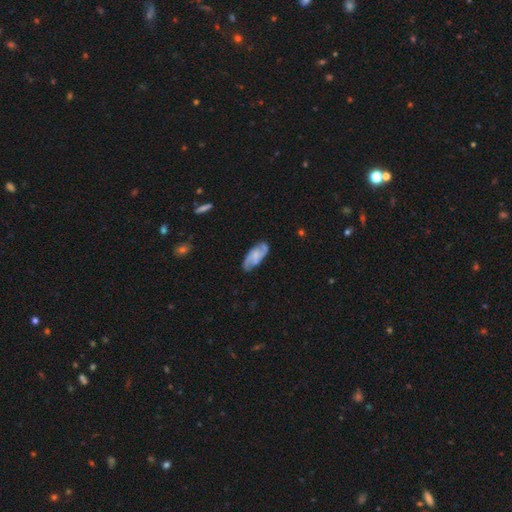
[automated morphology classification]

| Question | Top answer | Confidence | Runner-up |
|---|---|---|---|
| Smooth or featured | featured or disk | 63% | smooth (30%) |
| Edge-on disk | no | 93% | yes (7%) |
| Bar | no | 53% | weak (38%) |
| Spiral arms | yes | 91% | no (9%) |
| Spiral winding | medium | 48% | tight (28%) |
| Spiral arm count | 2 | 67% | can't tell (14%) |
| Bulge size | small | 43% | none (30%) |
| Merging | none | 75% | minor disturbance (18%) |